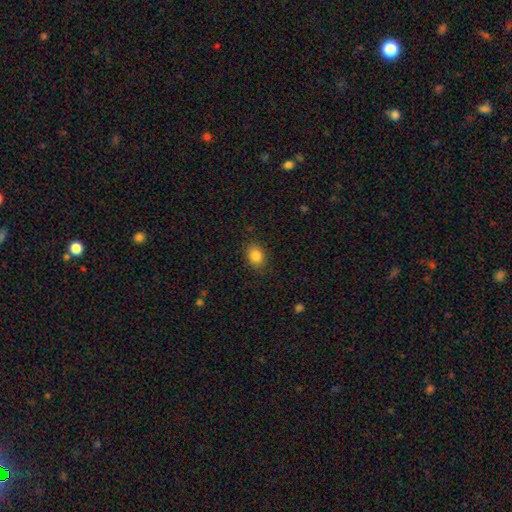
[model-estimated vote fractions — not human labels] smooth 85%, star or artifact 10%, featured or disk 5%. Down the decision tree: how rounded — in between (58%); merging — none (86%).